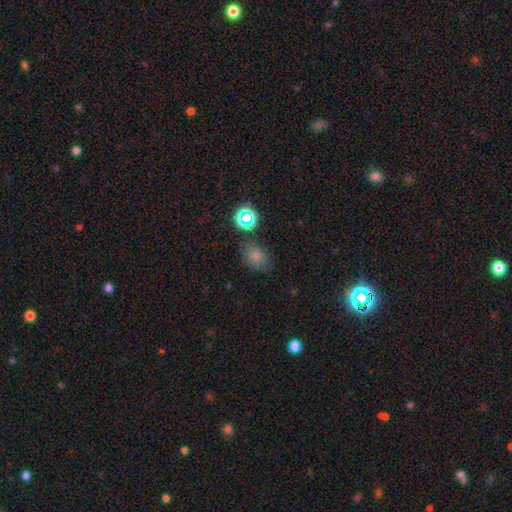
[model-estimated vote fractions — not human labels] Smooth or featured? smooth (74%)
How rounded? in between (54%)
Merging? none (73%)